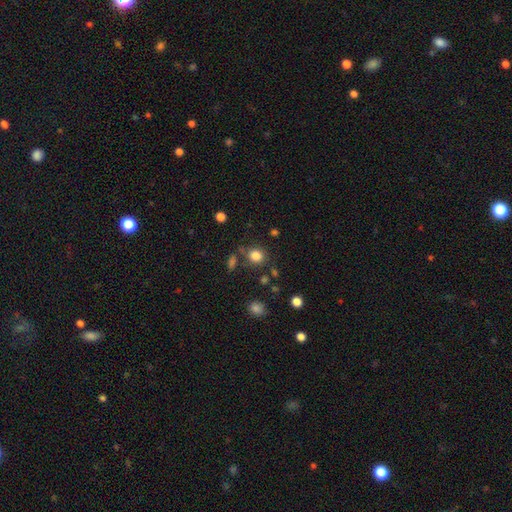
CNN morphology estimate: A smooth galaxy with no disk features (82%) that is round (76%).

Vote fractions:
- Smooth or featured? smooth: 82% / star or artifact: 12% / featured or disk: 5%
- How rounded? round: 76% / in between: 23% / cigar-shaped: 1%
- Merging? none: 74% / minor disturbance: 12% / merger: 9% / major disturbance: 5%